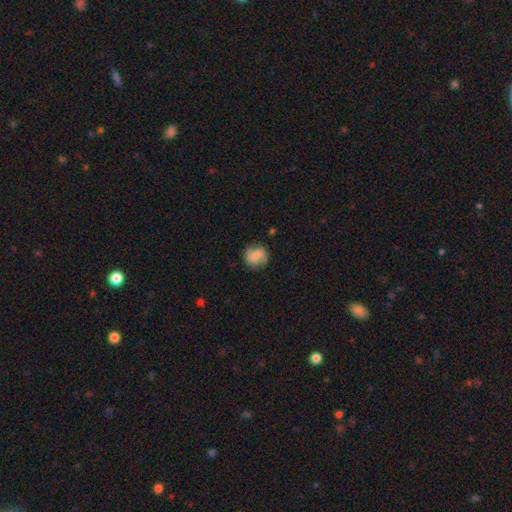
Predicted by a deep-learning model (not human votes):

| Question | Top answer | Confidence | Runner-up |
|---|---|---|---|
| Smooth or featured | smooth | 60% | featured or disk (31%) |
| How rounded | round | 82% | in between (17%) |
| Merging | none | 76% | minor disturbance (17%) |